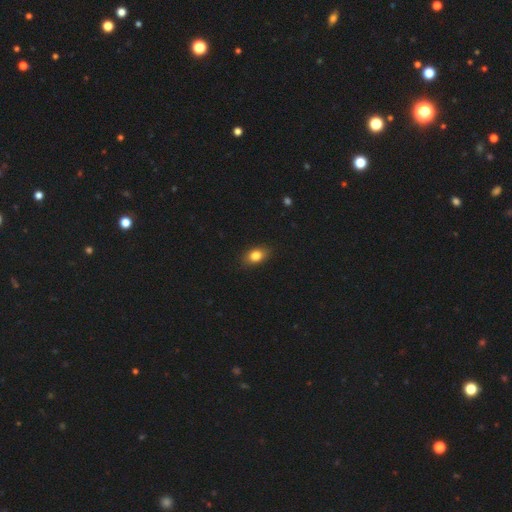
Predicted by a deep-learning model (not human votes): Smooth or featured? Predicted: smooth (p=0.83). How rounded? Predicted: in between (p=0.78). Merging? Predicted: none (p=0.86).